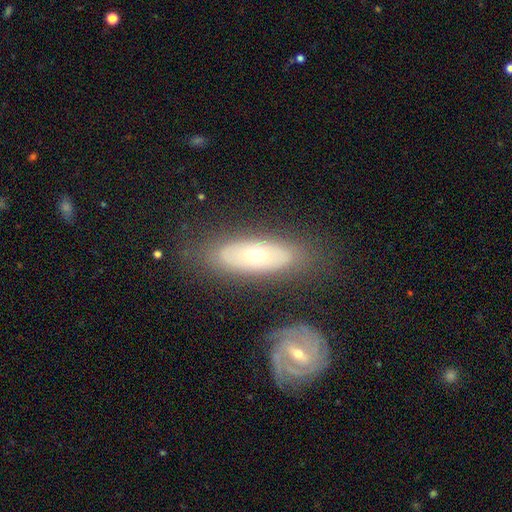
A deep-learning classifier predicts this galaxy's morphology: type=featured or disk (54%); edge-on=no (79%); merging=none (74%).